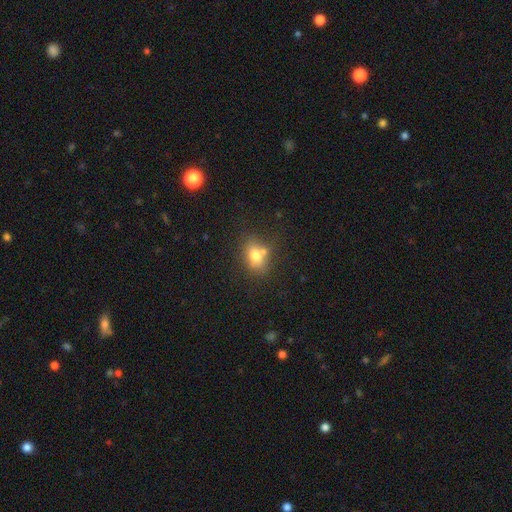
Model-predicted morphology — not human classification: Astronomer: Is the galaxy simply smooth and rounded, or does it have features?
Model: smooth — 71%.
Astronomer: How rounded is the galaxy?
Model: in between — 62%.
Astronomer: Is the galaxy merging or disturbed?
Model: none — 54%.